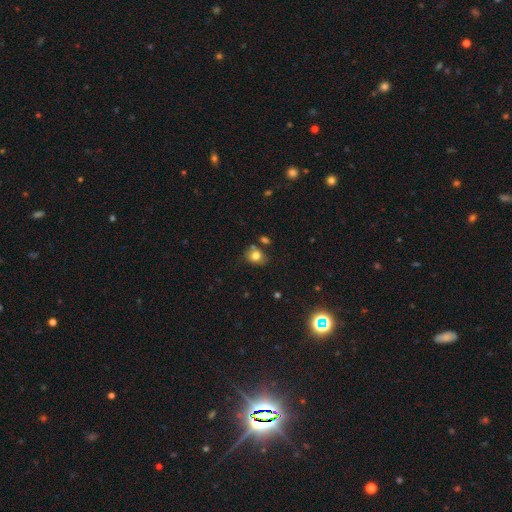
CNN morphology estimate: type=smooth (78%); roundness=round (55%); merging=none (64%).